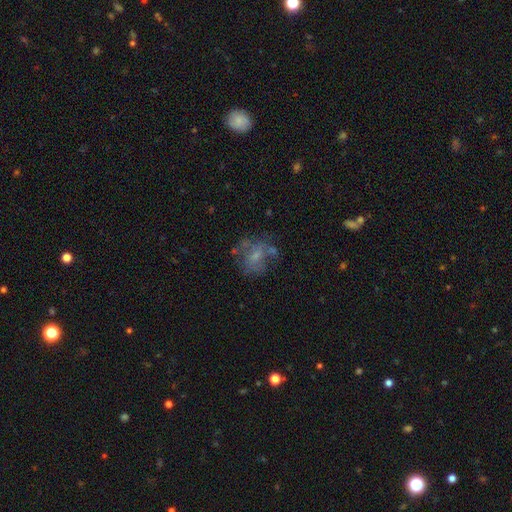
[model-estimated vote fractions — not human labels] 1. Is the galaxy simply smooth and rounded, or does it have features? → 46% featured or disk, 40% smooth, 13% star or artifact.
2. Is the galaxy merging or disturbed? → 45% none, 23% major disturbance, 21% minor disturbance, 10% merger.